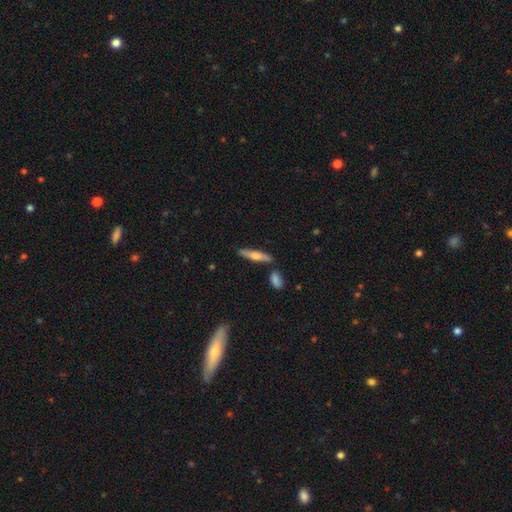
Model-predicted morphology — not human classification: type=smooth (53%); roundness=cigar-shaped (82%); merging=none (80%).